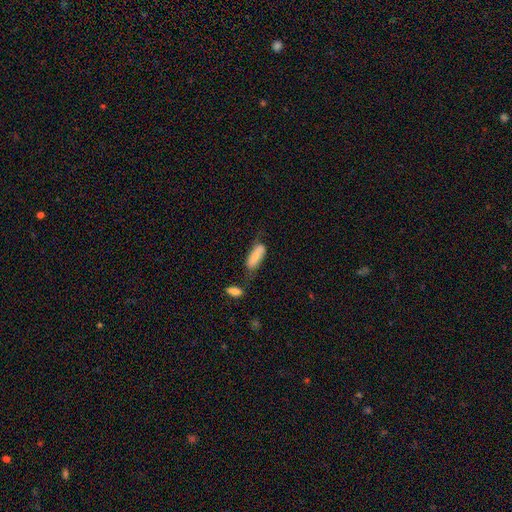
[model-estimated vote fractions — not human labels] Smooth or featured? smooth (72%)
How rounded? in between (65%)
Merging? none (42%)